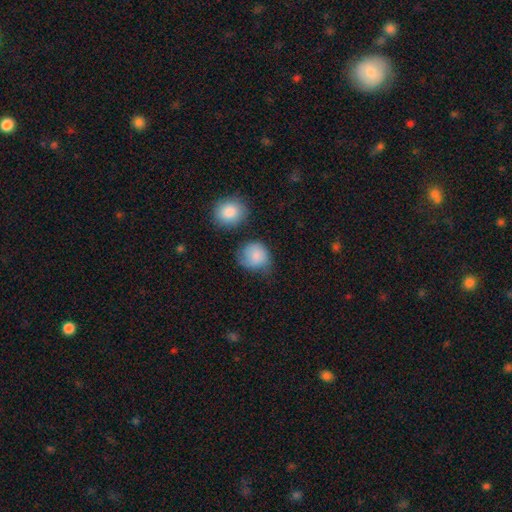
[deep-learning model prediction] smooth_or_featured: smooth (p=0.83) [alt: featured or disk p=0.09]
how_rounded: round (p=0.78) [alt: in between p=0.21]
merging: none (p=0.52) [alt: minor disturbance p=0.31]